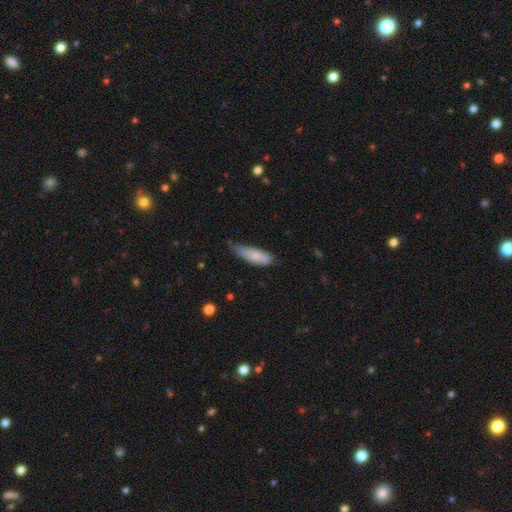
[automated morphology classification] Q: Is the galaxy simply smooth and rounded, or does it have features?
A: smooth — 82%.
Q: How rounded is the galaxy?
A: cigar-shaped — 51%.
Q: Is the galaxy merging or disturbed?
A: none — 47%.